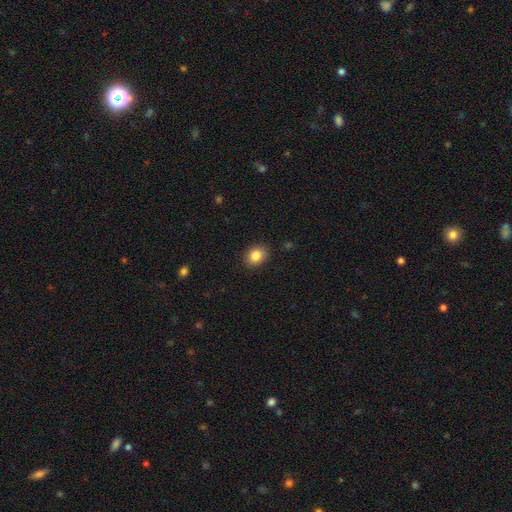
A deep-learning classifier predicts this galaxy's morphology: Smooth or featured: smooth — 85% (star or artifact — 9%)
How rounded: in between — 52% (round — 47%)
Merging: none — 87% (minor disturbance — 10%)